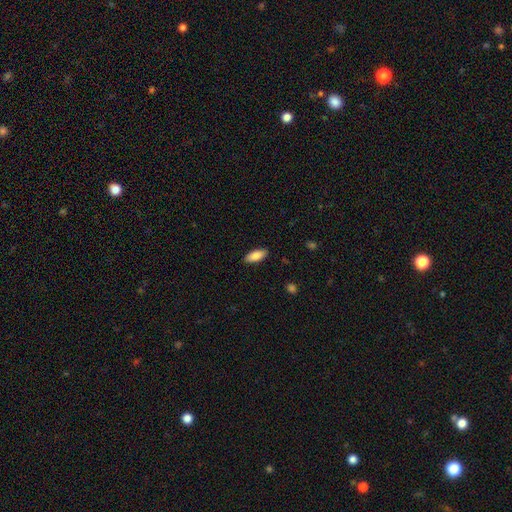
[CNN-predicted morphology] A smooth galaxy with no disk features (85%) that is in between round and cigar-shaped (83%).

Vote fractions:
- Smooth or featured? smooth: 85% / featured or disk: 9% / star or artifact: 6%
- How rounded? in between: 83% / cigar-shaped: 15% / round: 2%
- Merging? none: 89% / minor disturbance: 8% / major disturbance: 2% / merger: 1%